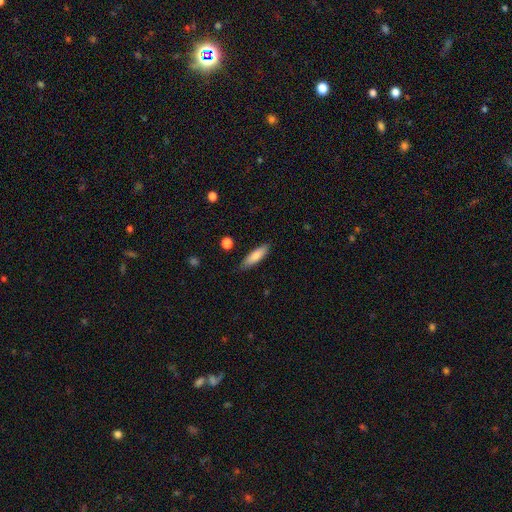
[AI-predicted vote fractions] smooth 81%, featured or disk 13%, star or artifact 6%. Down the decision tree: how rounded — cigar-shaped (60%); merging — none (84%).